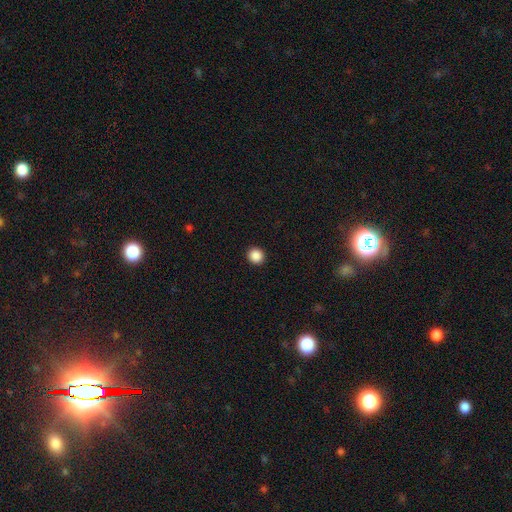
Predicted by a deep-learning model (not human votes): Overall: smooth (88%). How rounded: round (91%). Merging: none (93%).